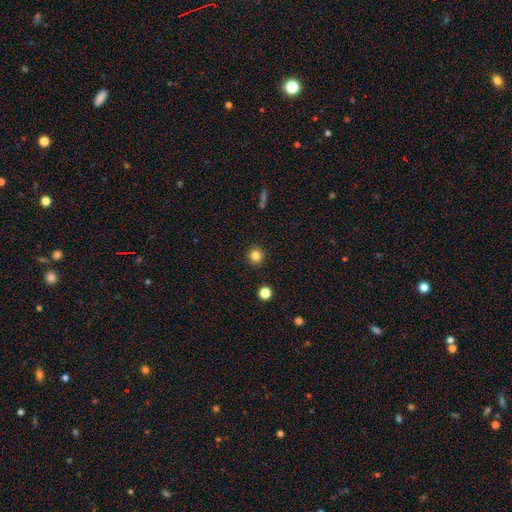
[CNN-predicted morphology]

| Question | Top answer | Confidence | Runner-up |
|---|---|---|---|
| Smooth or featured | smooth | 83% | star or artifact (12%) |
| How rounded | round | 95% | in between (4%) |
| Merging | none | 92% | minor disturbance (5%) |